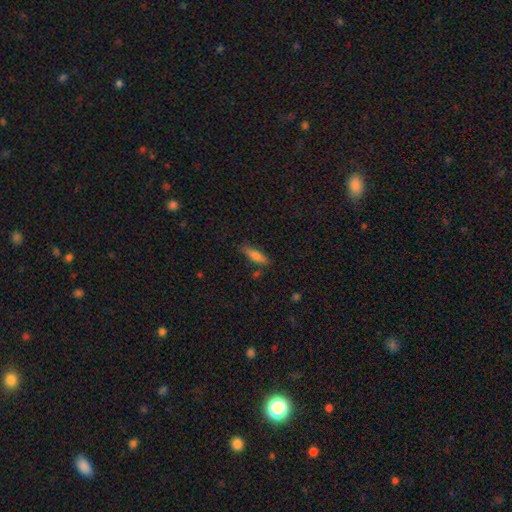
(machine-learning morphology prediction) Smooth or featured? smooth (76%)
How rounded? cigar-shaped (57%)
Merging? none (78%)